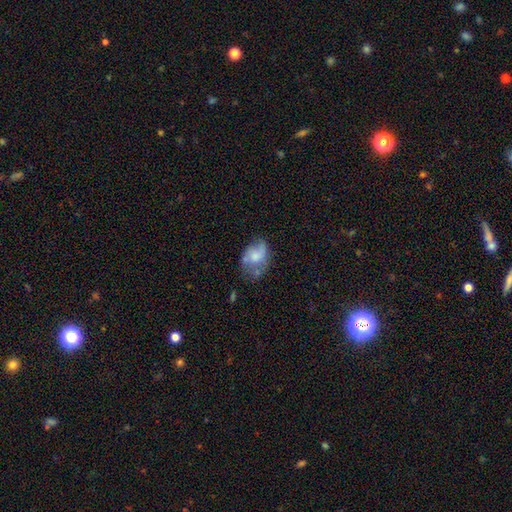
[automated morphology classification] The model was most divided on "smooth or featured": smooth: 50%, featured or disk: 42%, star or artifact: 8%. Remaining: merging — none (42%).